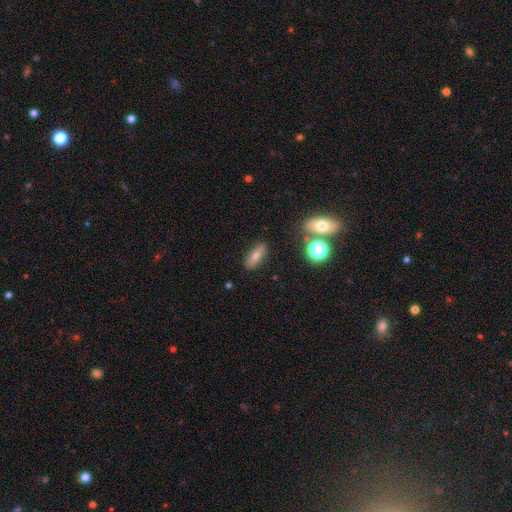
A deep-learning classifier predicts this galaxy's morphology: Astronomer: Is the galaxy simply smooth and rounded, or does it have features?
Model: smooth — 62%.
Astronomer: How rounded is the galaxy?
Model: in between — 56% (runner-up: cigar-shaped, 38%).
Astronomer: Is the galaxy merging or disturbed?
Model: none — 85%.